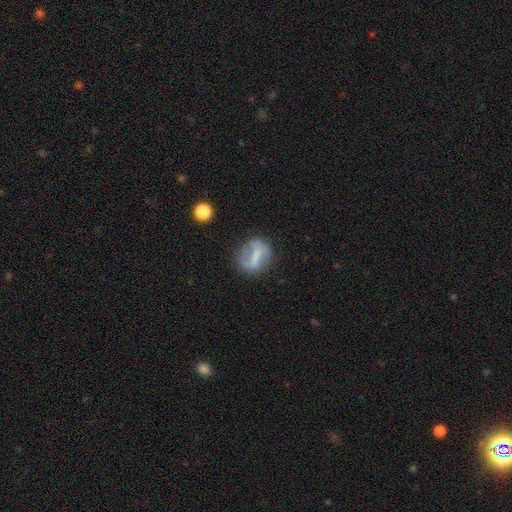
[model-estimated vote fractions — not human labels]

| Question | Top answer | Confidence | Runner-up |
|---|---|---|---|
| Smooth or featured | featured or disk | 45% | tied: smooth (45%) |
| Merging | none | 60% | minor disturbance (23%) |